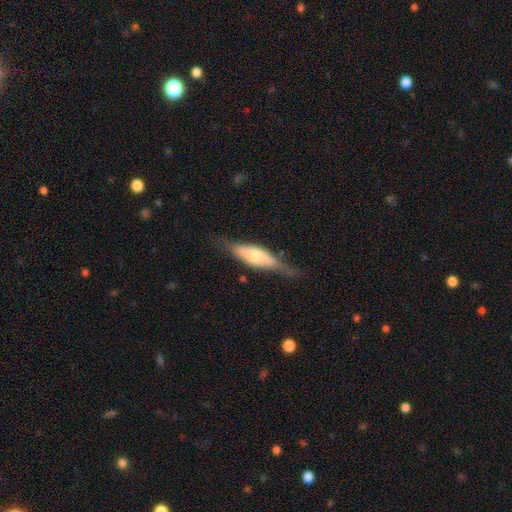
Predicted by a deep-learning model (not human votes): Overall: featured or disk (51%; smooth 43%). Edge-on disk: yes (82%). Merging: none (64%; minor disturbance 25%).